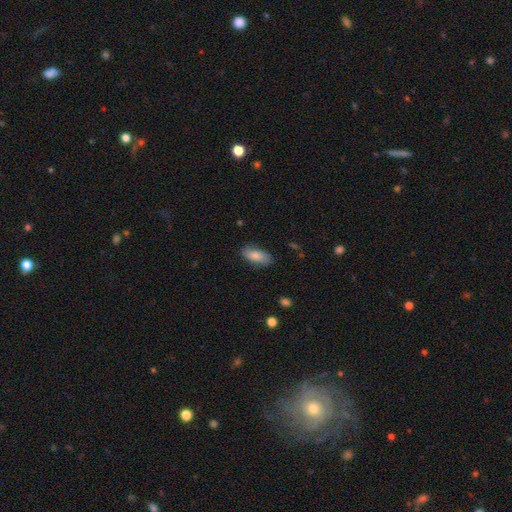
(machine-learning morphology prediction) type=smooth (83%); roundness=in between (87%); merging=none (80%).